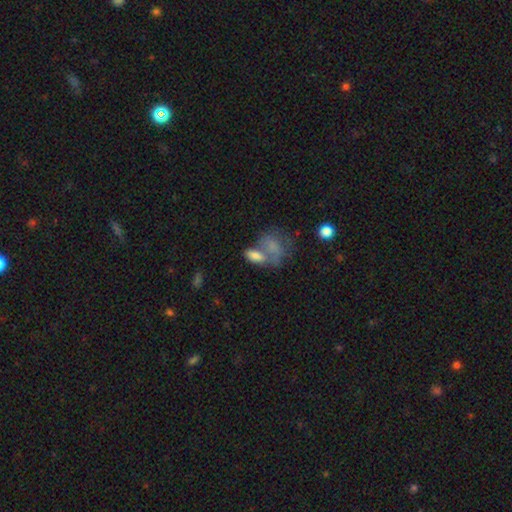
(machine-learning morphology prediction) Smooth or featured? smooth (74%)
How rounded? in between (84%)
Merging? merger (45%)